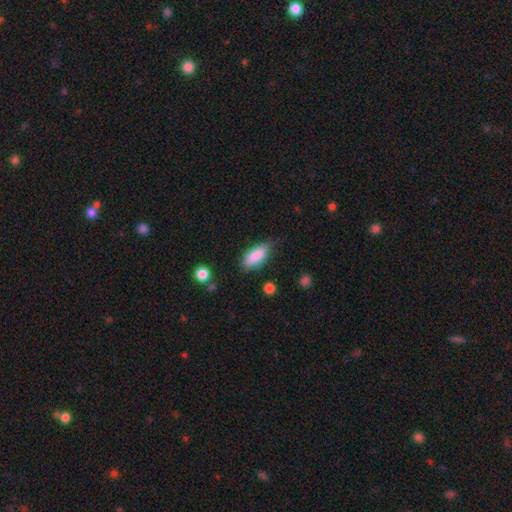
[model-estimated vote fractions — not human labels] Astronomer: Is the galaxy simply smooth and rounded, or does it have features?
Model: smooth — 87%.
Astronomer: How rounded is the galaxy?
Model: in between — 84%.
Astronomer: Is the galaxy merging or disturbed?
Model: none — 67%.